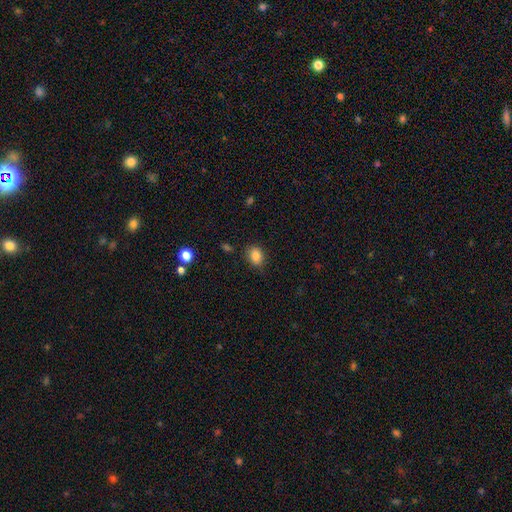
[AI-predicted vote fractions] smooth-or-featured: smooth: 84% | star or artifact: 10% | featured or disk: 6%
  how-rounded: in between: 63% | round: 36% | cigar-shaped: 1%
  merging: none: 81% | minor disturbance: 14% | major disturbance: 3% | merger: 2%